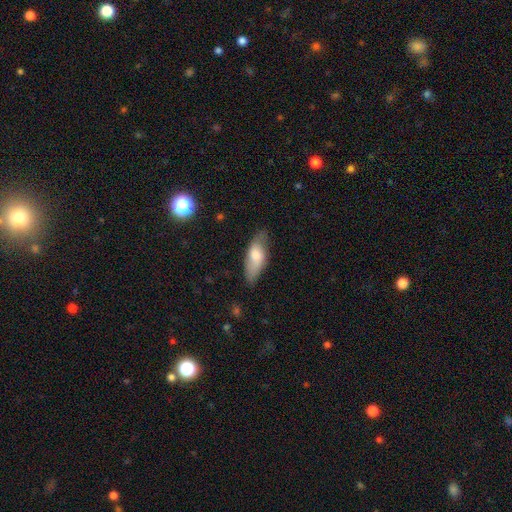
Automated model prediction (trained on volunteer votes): smooth 69%, featured or disk 25%, star or artifact 6%. Down the decision tree: how rounded — in between (72%); merging — none (68%).